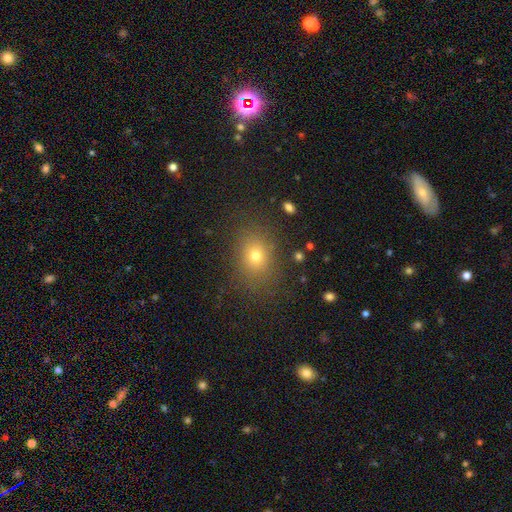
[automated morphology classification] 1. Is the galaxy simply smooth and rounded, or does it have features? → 71% smooth, 18% star or artifact, 11% featured or disk.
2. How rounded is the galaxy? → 51% in between, 47% round, 1% cigar-shaped.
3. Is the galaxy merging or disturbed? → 83% none, 11% minor disturbance, 5% major disturbance, 1% merger.